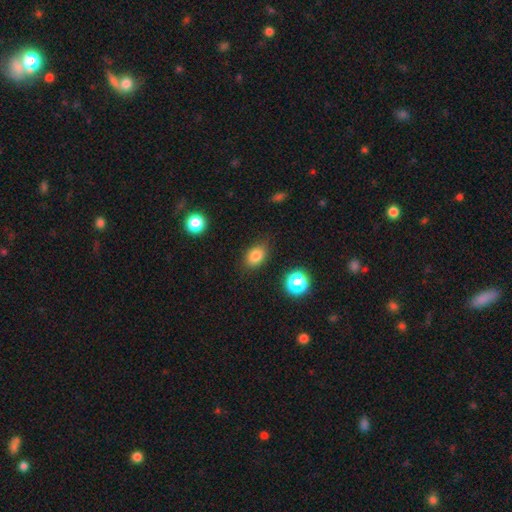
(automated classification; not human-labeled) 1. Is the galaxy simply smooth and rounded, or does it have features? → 81% smooth, 12% star or artifact, 7% featured or disk.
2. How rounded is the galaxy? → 77% in between, 21% round, 1% cigar-shaped.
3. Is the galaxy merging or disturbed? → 80% none, 14% minor disturbance, 3% major disturbance, 2% merger.